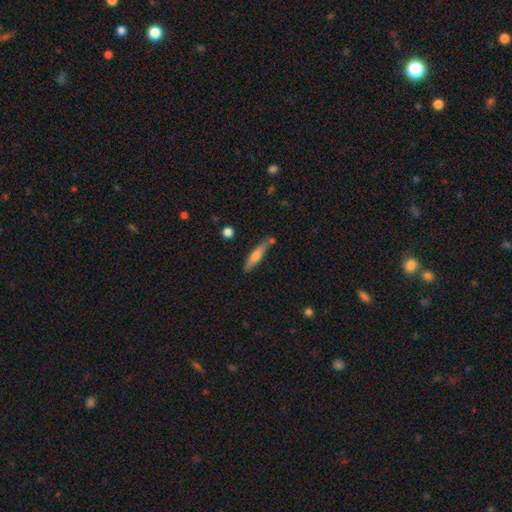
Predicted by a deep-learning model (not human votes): This appears to be a smooth galaxy with no disk features (60%) that is cigar-shaped (83%). Merging: none (74%).